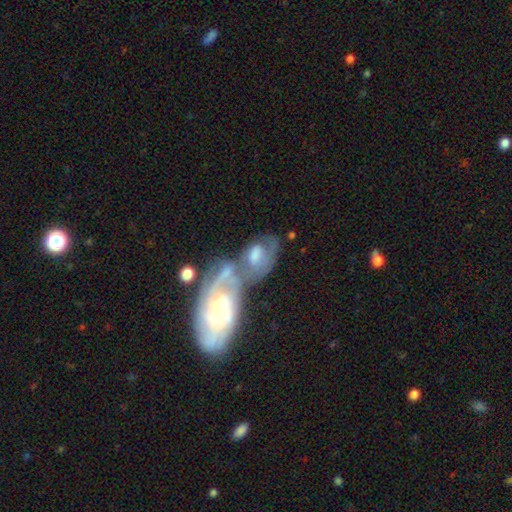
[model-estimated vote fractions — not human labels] smooth_or_featured: featured or disk (p=0.64) [alt: smooth p=0.29]
disk_edge_on: no (p=0.92) [alt: yes p=0.08]
bar: no (p=0.57) [alt: weak p=0.34]
has_spiral_arms: yes (p=0.80) [alt: no p=0.20]
bulge_size: moderate (p=0.45) [alt: small p=0.23]
merging: merger (p=0.63) [alt: none p=0.19]